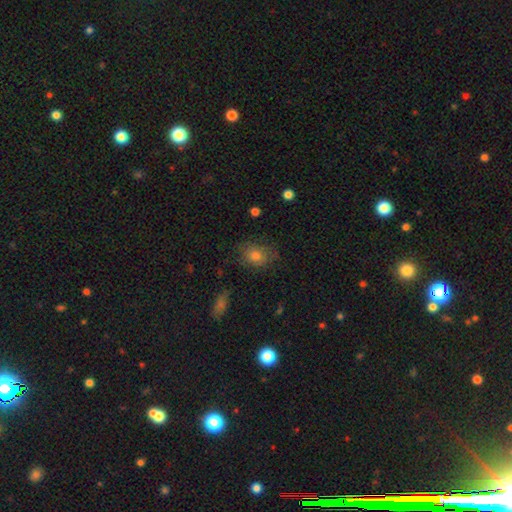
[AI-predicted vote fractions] Smooth or featured: smooth — 74% (featured or disk — 14%)
How rounded: in between — 51% (round — 48%)
Merging: none — 73% (minor disturbance — 19%)